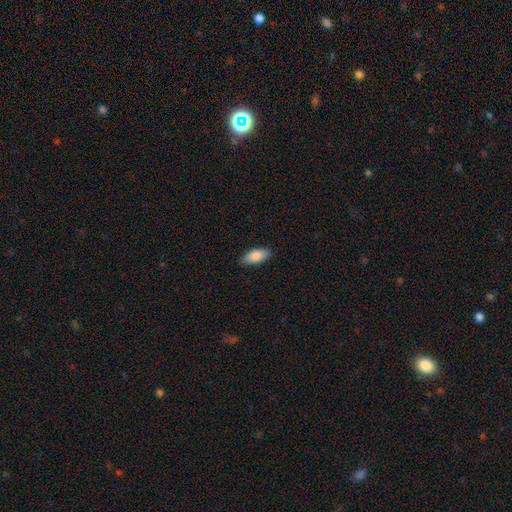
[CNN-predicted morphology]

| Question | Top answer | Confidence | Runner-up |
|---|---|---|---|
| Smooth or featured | smooth | 84% | featured or disk (10%) |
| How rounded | in between | 86% | cigar-shaped (12%) |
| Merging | none | 88% | minor disturbance (9%) |